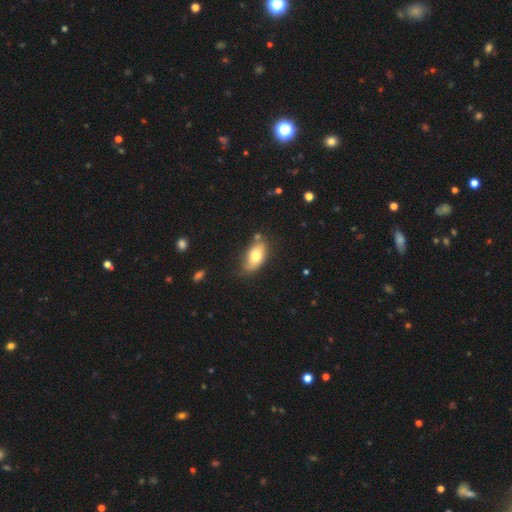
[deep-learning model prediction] smooth_or_featured: smooth (p=0.74) [alt: featured or disk p=0.19]
how_rounded: in between (p=0.91) [alt: round p=0.05]
merging: none (p=0.71) [alt: minor disturbance p=0.20]